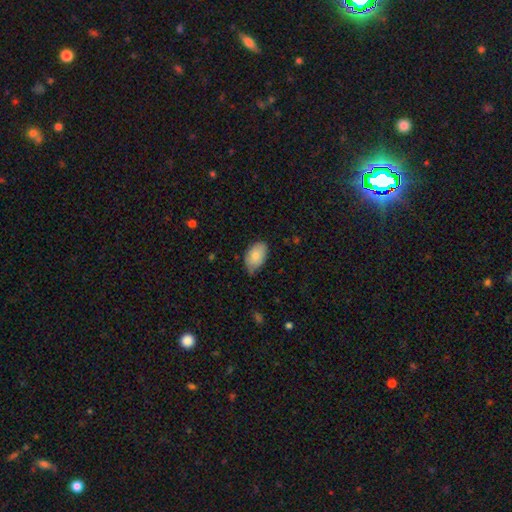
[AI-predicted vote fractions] A smooth galaxy with no disk features (82%) that is in between round and cigar-shaped (93%). Merging: none (62%).